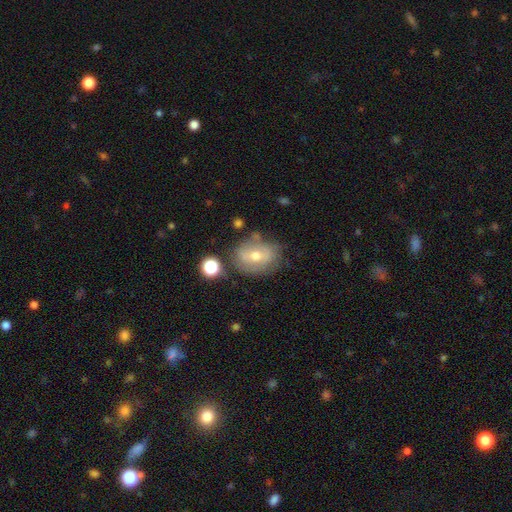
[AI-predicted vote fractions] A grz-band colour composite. It shows a featured or disk galaxy (47%). Merging: none (64%).